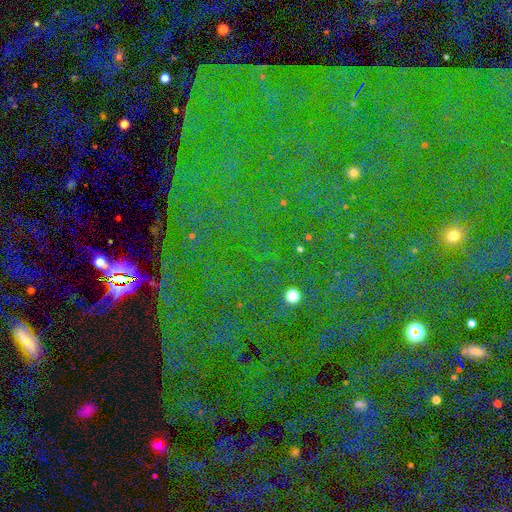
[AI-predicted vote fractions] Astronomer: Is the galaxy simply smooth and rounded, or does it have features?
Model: star or artifact — 83%.